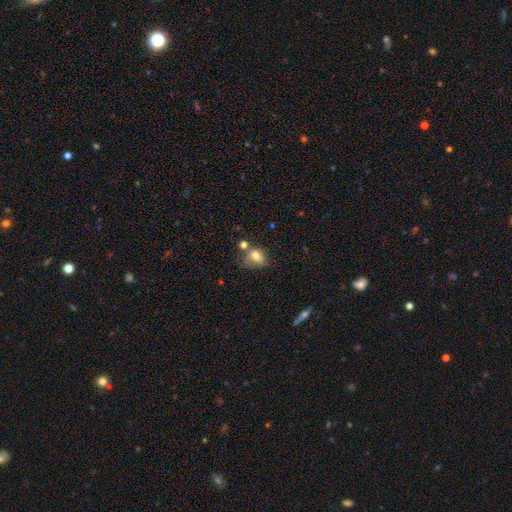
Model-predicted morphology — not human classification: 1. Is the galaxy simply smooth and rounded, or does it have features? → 73% smooth, 16% featured or disk, 11% star or artifact.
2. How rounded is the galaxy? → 57% in between, 42% round, 1% cigar-shaped.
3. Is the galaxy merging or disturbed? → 37% none, 27% minor disturbance, 20% merger, 17% major disturbance.